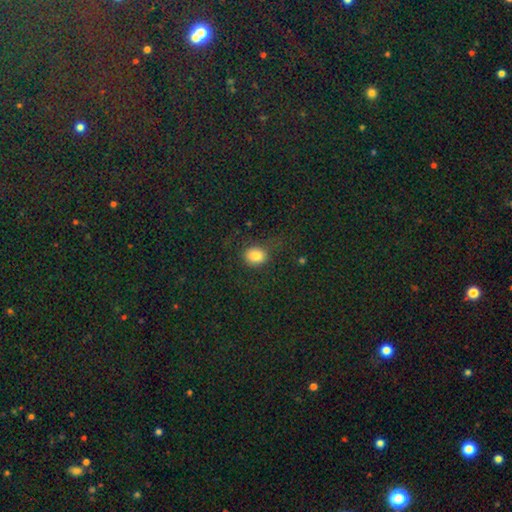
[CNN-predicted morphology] This appears to be a smooth galaxy with no disk features (80%) that is round (57%). Merging: none (76%).